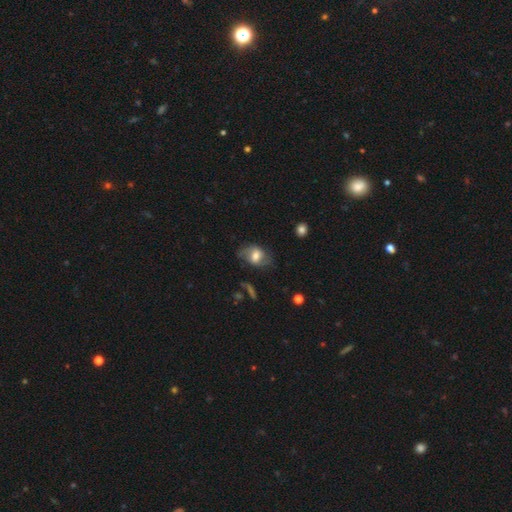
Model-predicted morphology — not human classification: A featured or disk galaxy (52%).

Vote fractions:
- Smooth or featured? featured or disk: 52% / smooth: 40% / star or artifact: 8%
- Edge-on disk? no: 94% / yes: 6%
- Merging? none: 65% / minor disturbance: 22% / major disturbance: 12% / merger: 2%